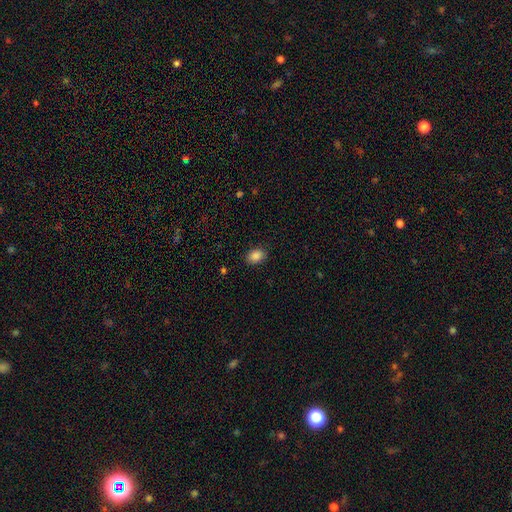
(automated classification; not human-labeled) Smooth or featured? Predicted: smooth (p=0.87). How rounded? Predicted: in between (p=0.77). Merging? Predicted: none (p=0.87).